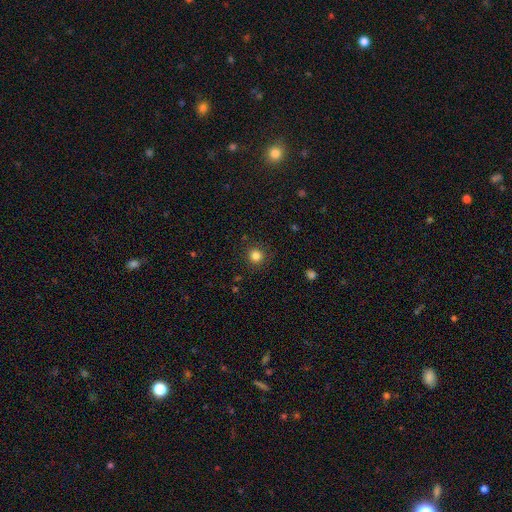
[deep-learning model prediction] Smooth or featured?
  - smooth: 83% *
  - star or artifact: 12%
  - featured or disk: 4%
How rounded?
  - round: 94% *
  - in between: 5%
  - cigar-shaped: 1%
Merging?
  - none: 90% *
  - minor disturbance: 7%
  - major disturbance: 2%
  - merger: 1%